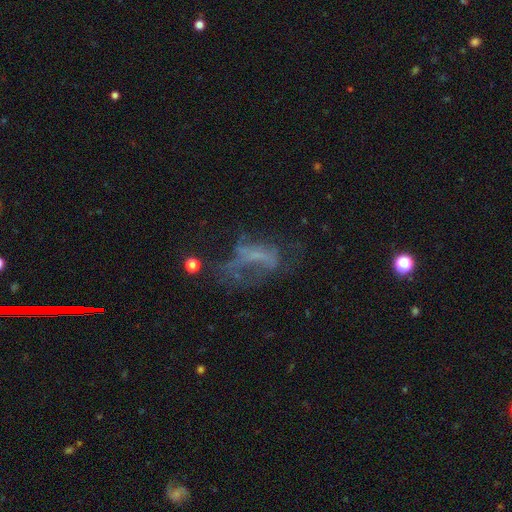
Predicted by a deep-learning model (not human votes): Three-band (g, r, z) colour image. It shows a featured or disk galaxy (51%). Merging: major disturbance (46%).